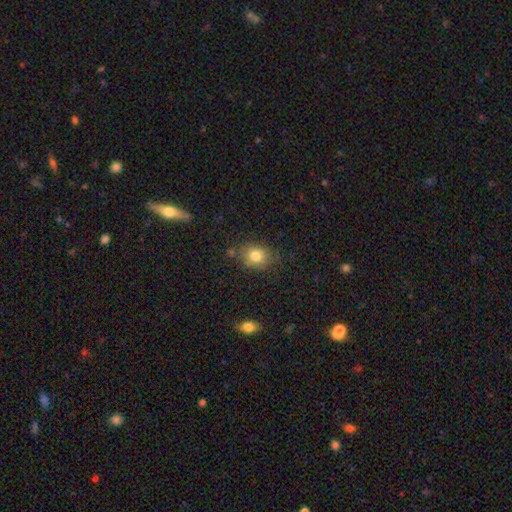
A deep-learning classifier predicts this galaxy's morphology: smooth_or_featured: smooth (p=0.80) [alt: star or artifact p=0.11]
how_rounded: round (p=0.56) [alt: in between p=0.43]
merging: none (p=0.74) [alt: minor disturbance p=0.17]